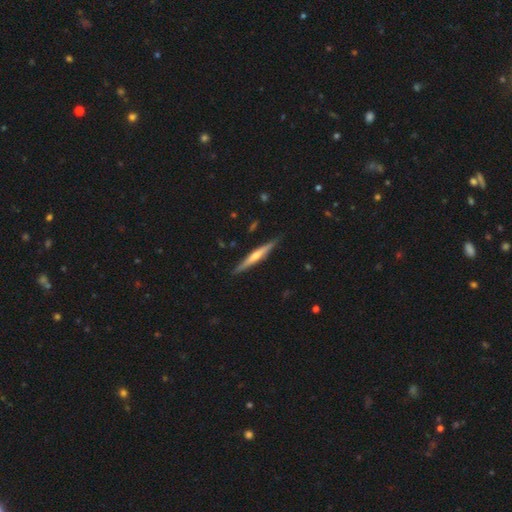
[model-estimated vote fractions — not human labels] featured or disk 65%, smooth 30%, star or artifact 5%. Down the decision tree: edge-on disk — yes (97%); edge-on bulge — rounded (74%); merging — none (88%).